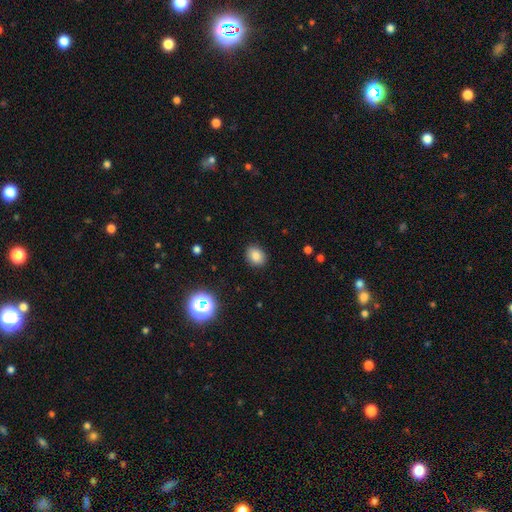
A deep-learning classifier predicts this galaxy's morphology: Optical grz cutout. It shows a smooth galaxy with no disk features (83%) that is in between round and cigar-shaped (51%). Merging: none (89%).